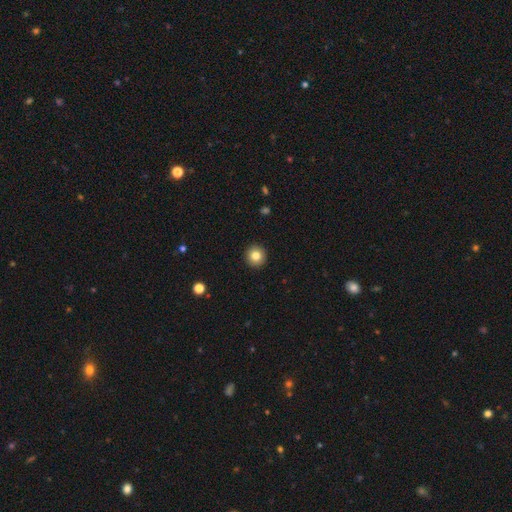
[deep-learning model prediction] smooth_or_featured: smooth (p=0.82) [alt: star or artifact p=0.10]
how_rounded: round (p=0.95) [alt: in between p=0.04]
merging: none (p=0.93) [alt: minor disturbance p=0.04]